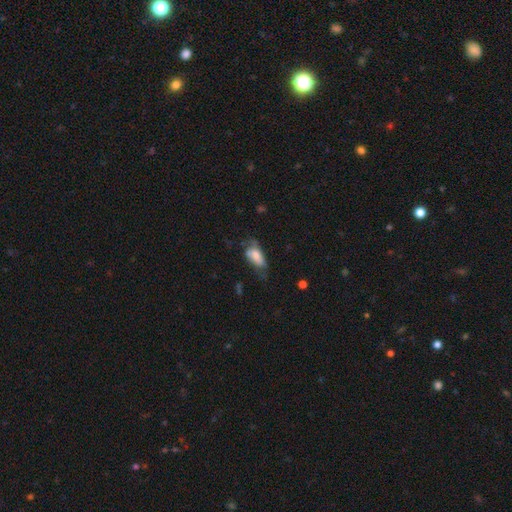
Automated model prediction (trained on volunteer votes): The model was most divided on "merging": none: 37%, minor disturbance: 33%, major disturbance: 26%, merger: 4%. More confident: how rounded — in between (85%); smooth or featured — smooth (68%).